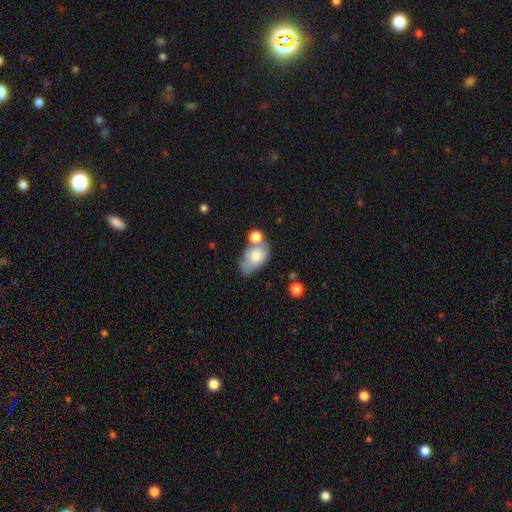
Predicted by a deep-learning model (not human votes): Q: Smooth or featured?
A: smooth (72%); runner-up: featured or disk (20%)
Q: How rounded?
A: in between (87%); runner-up: round (11%)
Q: Merging?
A: none (33%); tied with: merger (33%)